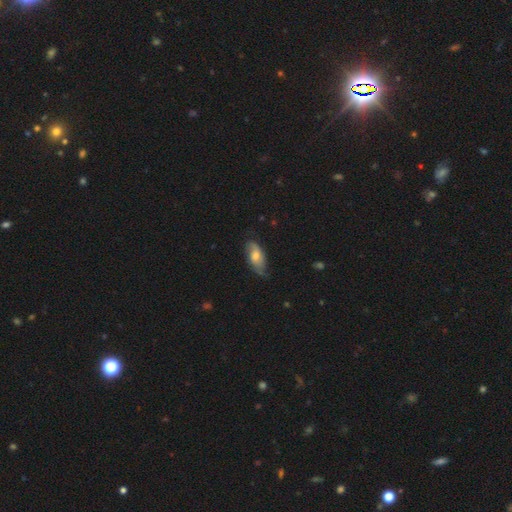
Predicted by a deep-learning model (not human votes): smooth_or_featured: smooth (p=0.50) [alt: featured or disk p=0.43]
how_rounded: in between (p=0.88) [alt: cigar-shaped p=0.08]
merging: none (p=0.62) [alt: minor disturbance p=0.29]